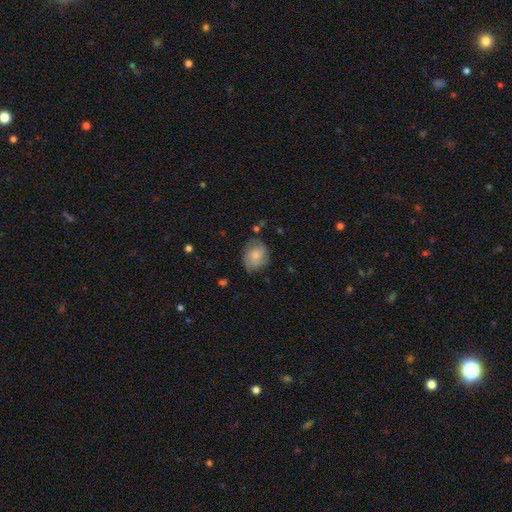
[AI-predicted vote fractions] Smooth or featured? Predicted: smooth (p=0.55). How rounded? Predicted: in between (p=0.53). Merging? Predicted: none (p=0.64).